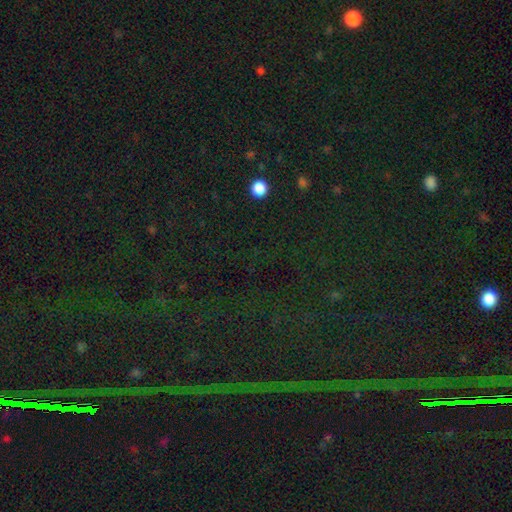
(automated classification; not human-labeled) star or artifact 83%, smooth 10%, featured or disk 7%.